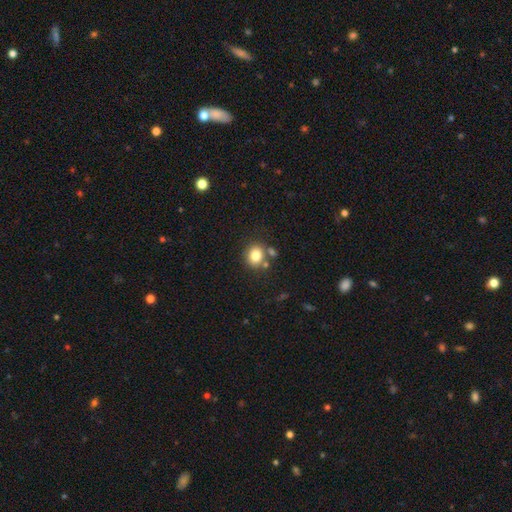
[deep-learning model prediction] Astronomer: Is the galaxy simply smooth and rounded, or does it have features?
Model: smooth — 81%.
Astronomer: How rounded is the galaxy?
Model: round — 71%.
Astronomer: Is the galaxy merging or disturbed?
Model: none — 71%.